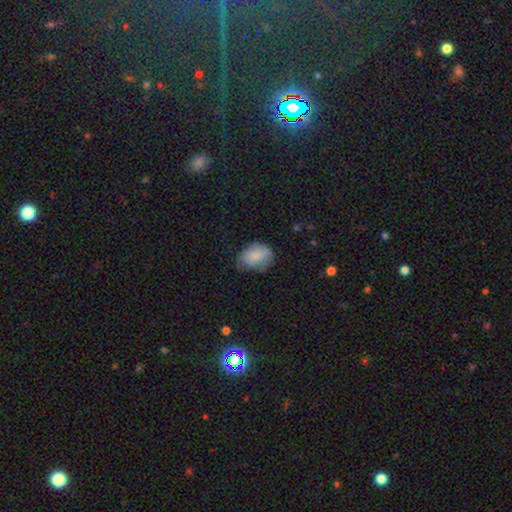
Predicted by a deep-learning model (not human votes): smooth_or_featured: smooth (p=0.77) [alt: featured or disk p=0.16]
how_rounded: in between (p=0.69) [alt: round p=0.30]
merging: none (p=0.44) [alt: minor disturbance p=0.40]